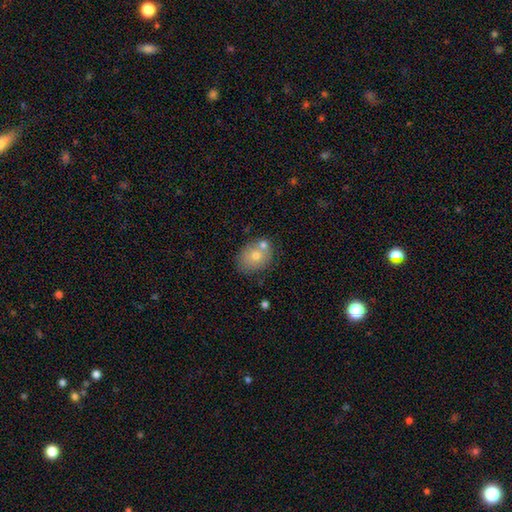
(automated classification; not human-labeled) Smooth or featured?
  - smooth: 72% *
  - featured or disk: 20%
  - star or artifact: 9%
How rounded?
  - round: 50% *
  - in between: 49%
  - cigar-shaped: 1%
Merging?
  - none: 56% *
  - merger: 25%
  - minor disturbance: 14%
  - major disturbance: 4%